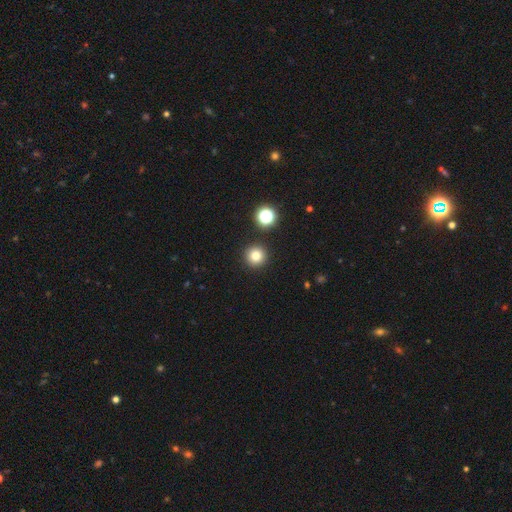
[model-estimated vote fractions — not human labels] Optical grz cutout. It shows a smooth galaxy with no disk features (79%) that is round (96%). Merging: none (91%).